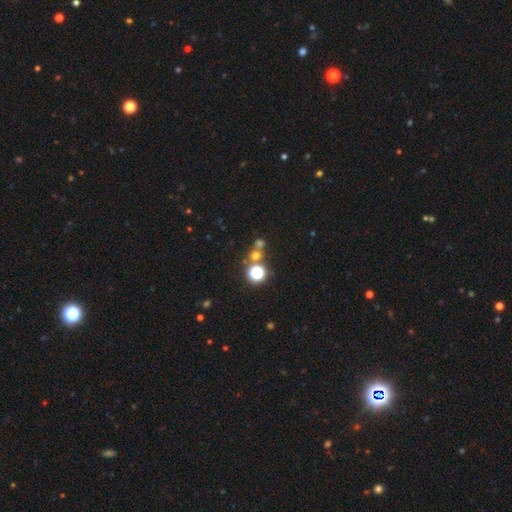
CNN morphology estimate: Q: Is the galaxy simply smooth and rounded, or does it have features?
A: smooth — 52%.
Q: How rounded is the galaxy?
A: round — 88%.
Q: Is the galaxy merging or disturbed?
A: none — 59%.